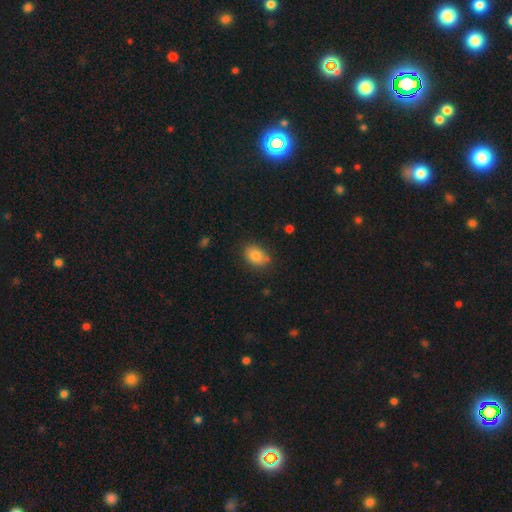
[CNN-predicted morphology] A smooth galaxy with no disk features (81%) that is in between round and cigar-shaped (75%). Merging: none (74%).